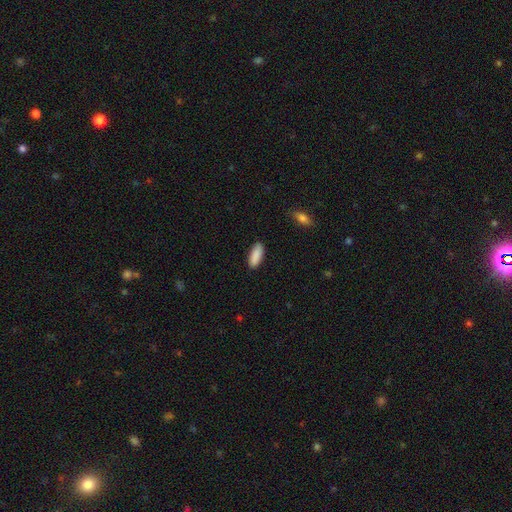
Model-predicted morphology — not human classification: Smooth or featured?
  - smooth: 90% *
  - star or artifact: 6%
  - featured or disk: 4%
How rounded?
  - in between: 72% *
  - cigar-shaped: 27%
  - round: 2%
Merging?
  - none: 88% *
  - minor disturbance: 9%
  - major disturbance: 2%
  - merger: 1%